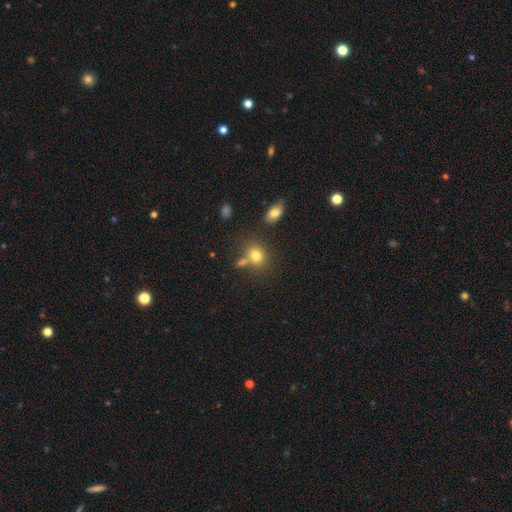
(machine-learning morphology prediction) type=smooth (77%); roundness=round (60%); merging=none (59%).